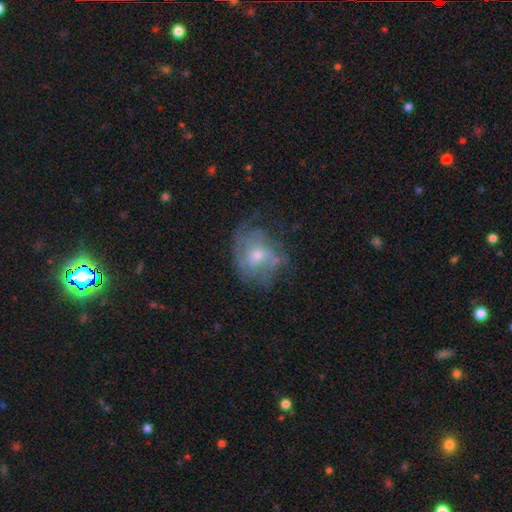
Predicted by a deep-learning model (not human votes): Q: Smooth or featured?
A: featured or disk (60%); runner-up: smooth (31%)
Q: Edge-on disk?
A: no (97%); runner-up: yes (3%)
Q: Bar?
A: no (79%); runner-up: weak (19%)
Q: Spiral arms?
A: yes (53%); runner-up: no (47%)
Q: Bulge size?
A: moderate (56%); runner-up: small (37%)
Q: Merging?
A: none (50%); runner-up: minor disturbance (26%)